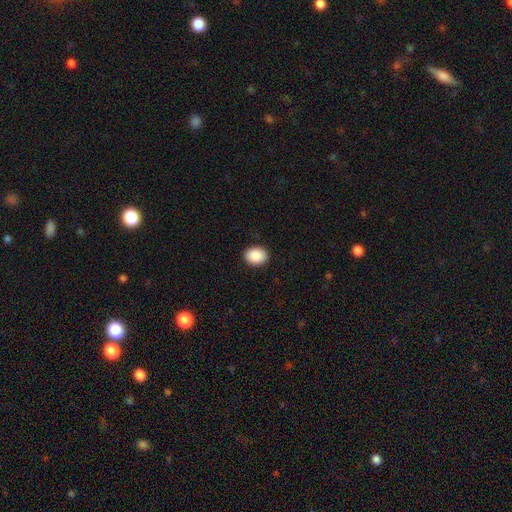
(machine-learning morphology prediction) smooth 88%, star or artifact 7%, featured or disk 4%. Down the decision tree: how rounded — in between (59%); merging — none (91%).